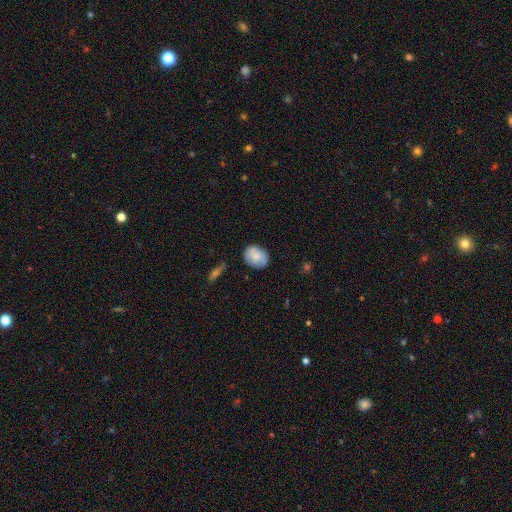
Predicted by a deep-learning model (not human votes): smooth 75%, featured or disk 18%, star or artifact 7%. Down the decision tree: how rounded — in between (50%); merging — none (74%).